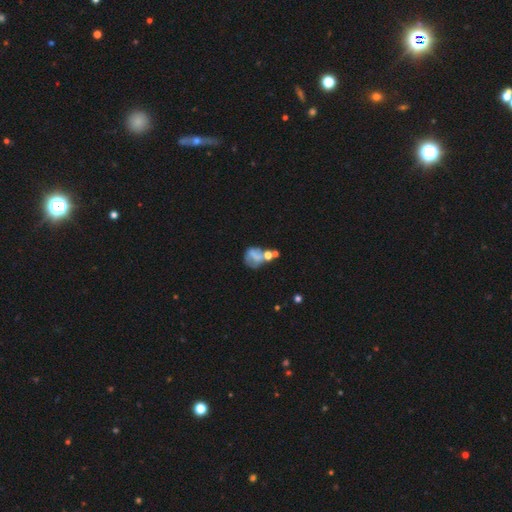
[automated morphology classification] A smooth galaxy with no disk features (46%).

Vote fractions:
- Smooth or featured? smooth: 46% / featured or disk: 38% / star or artifact: 16%
- Merging? none: 29% / major disturbance: 27% / merger: 24% / minor disturbance: 19%